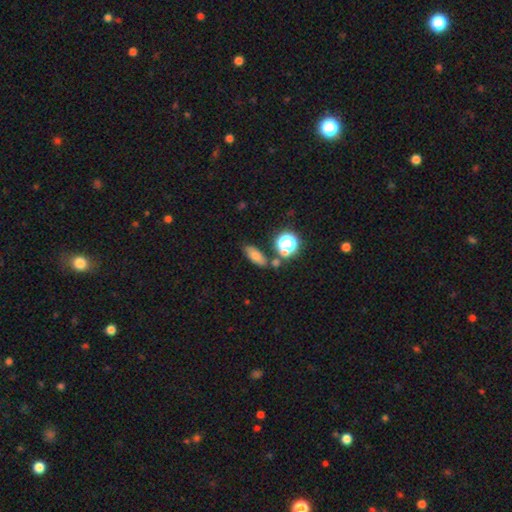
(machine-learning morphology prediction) smooth-or-featured: smooth: 65% | star or artifact: 22% | featured or disk: 13%
  how-rounded: in between: 69% | cigar-shaped: 18% | round: 13%
  merging: none: 73% | minor disturbance: 12% | merger: 11% | major disturbance: 4%